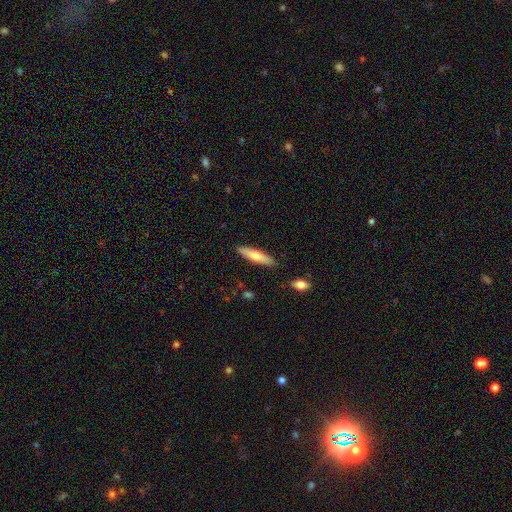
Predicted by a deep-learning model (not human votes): Overall: smooth (67%). How rounded: cigar-shaped (78%). Merging: none (87%).